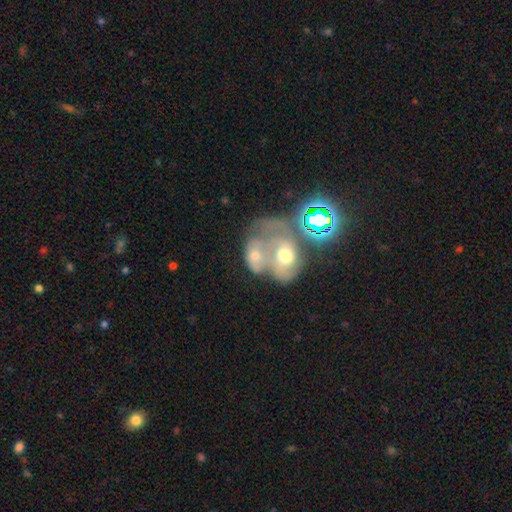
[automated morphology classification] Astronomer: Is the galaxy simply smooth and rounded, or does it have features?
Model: featured or disk — 46% (runner-up: smooth, 39%).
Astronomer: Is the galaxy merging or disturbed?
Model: merger — 69%.